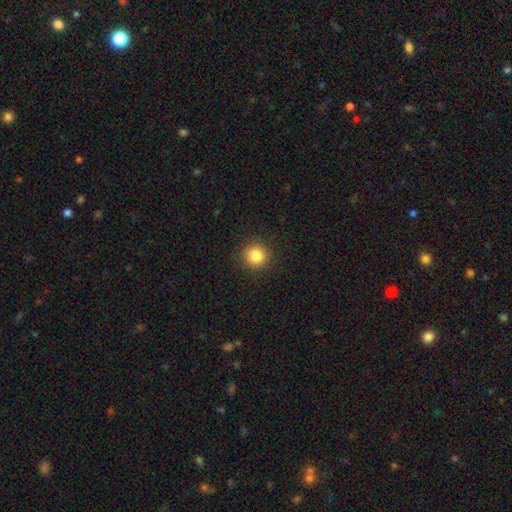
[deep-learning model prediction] Q: Smooth or featured?
A: smooth (84%); runner-up: star or artifact (11%)
Q: How rounded?
A: round (93%); runner-up: in between (6%)
Q: Merging?
A: none (91%); runner-up: minor disturbance (6%)